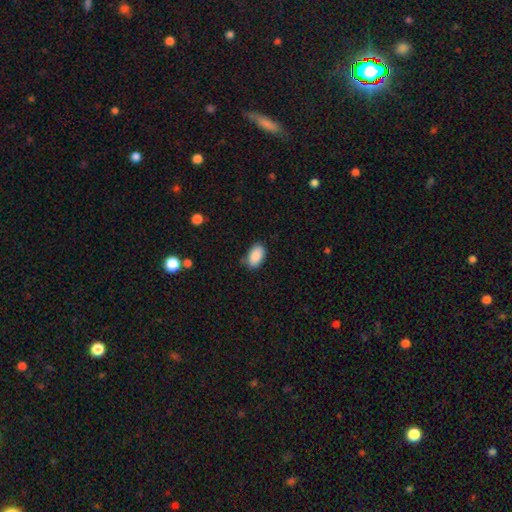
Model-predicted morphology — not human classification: Smooth or featured?
  - smooth: 89% *
  - star or artifact: 7%
  - featured or disk: 4%
How rounded?
  - in between: 93% *
  - round: 5%
  - cigar-shaped: 2%
Merging?
  - none: 77% *
  - minor disturbance: 18%
  - major disturbance: 3%
  - merger: 2%